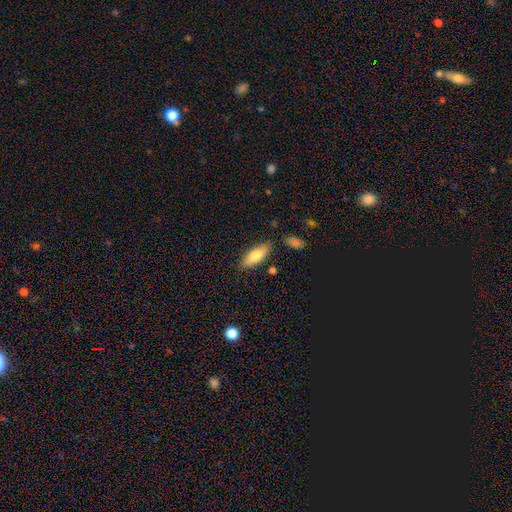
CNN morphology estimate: A smooth galaxy with no disk features (76%) that is in between round and cigar-shaped (69%). Merging: none (81%).